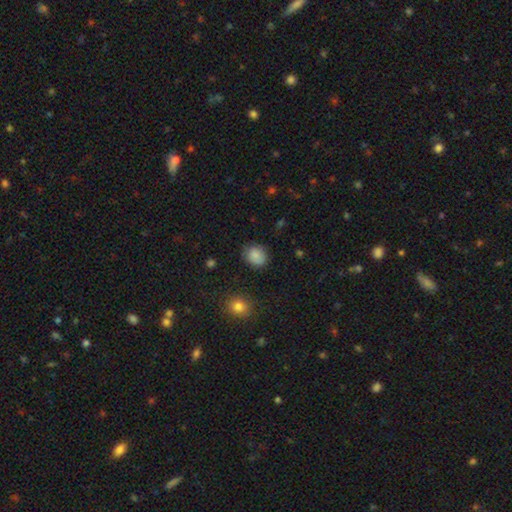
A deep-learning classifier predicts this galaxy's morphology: Q: Smooth or featured?
A: smooth (82%); runner-up: star or artifact (9%)
Q: How rounded?
A: round (66%); runner-up: in between (33%)
Q: Merging?
A: none (76%); runner-up: minor disturbance (18%)